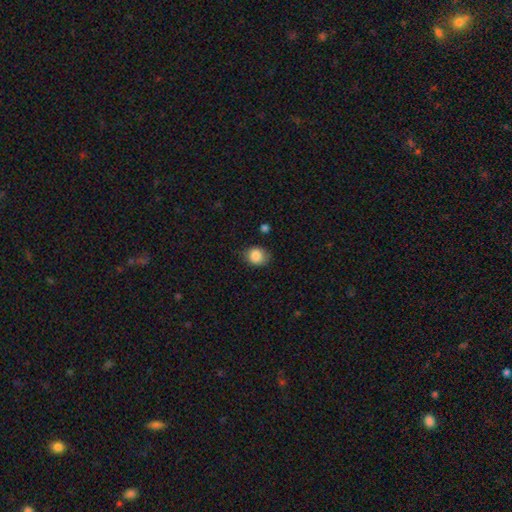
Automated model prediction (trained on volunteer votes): Smooth or featured?
  - smooth: 86% *
  - star or artifact: 9%
  - featured or disk: 5%
How rounded?
  - round: 65% *
  - in between: 34%
  - cigar-shaped: 1%
Merging?
  - none: 70% *
  - minor disturbance: 23%
  - major disturbance: 5%
  - merger: 2%